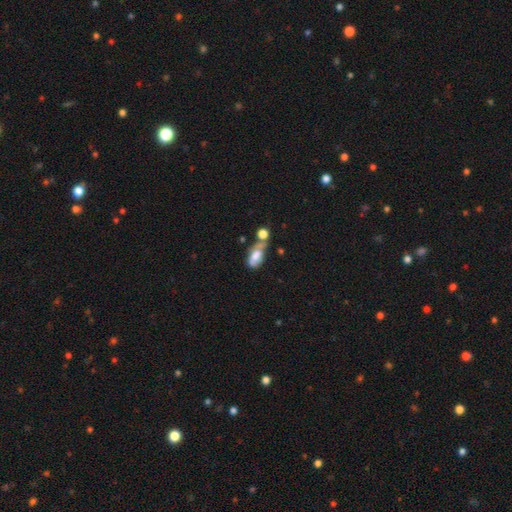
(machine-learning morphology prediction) smooth-or-featured: smooth: 56% | featured or disk: 34% | star or artifact: 10%
  how-rounded: in between: 85% | cigar-shaped: 10% | round: 6%
  merging: merger: 38% | none: 25% | minor disturbance: 20% | major disturbance: 17%